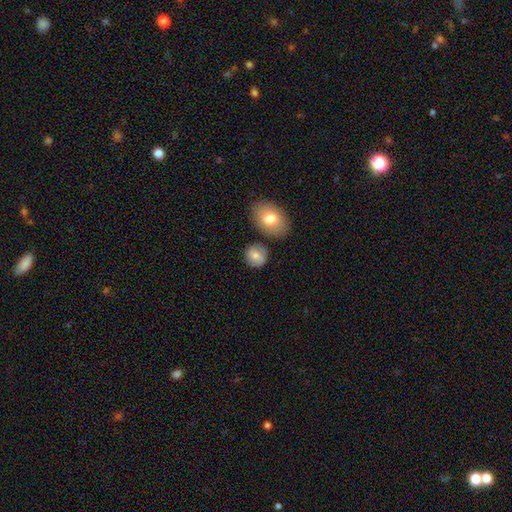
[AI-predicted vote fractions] Overall: smooth (81%). How rounded: round (79%). Merging: none (78%).